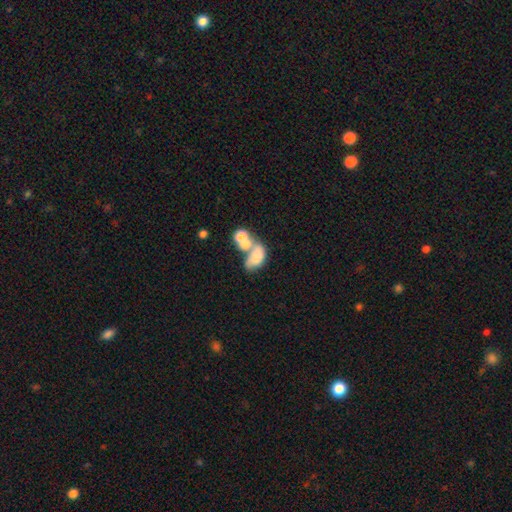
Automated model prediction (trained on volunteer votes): Smooth or featured: smooth — 51% (featured or disk — 35%)
How rounded: in between — 81% (round — 16%)
Merging: merger — 60% (major disturbance — 15%)